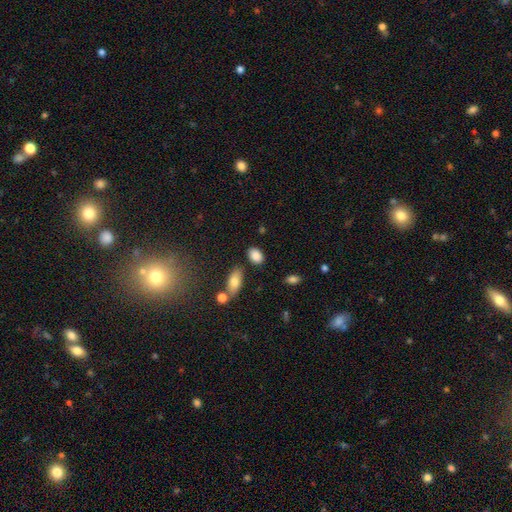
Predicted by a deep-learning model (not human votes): Morphology: type=smooth (86%); roundness=in between (82%); merging=none (78%).